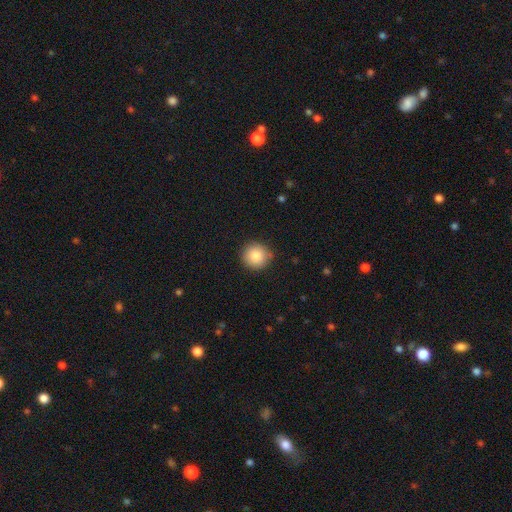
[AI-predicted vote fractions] smooth 86%, star or artifact 9%, featured or disk 6%. Down the decision tree: how rounded — round (94%); merging — none (86%).